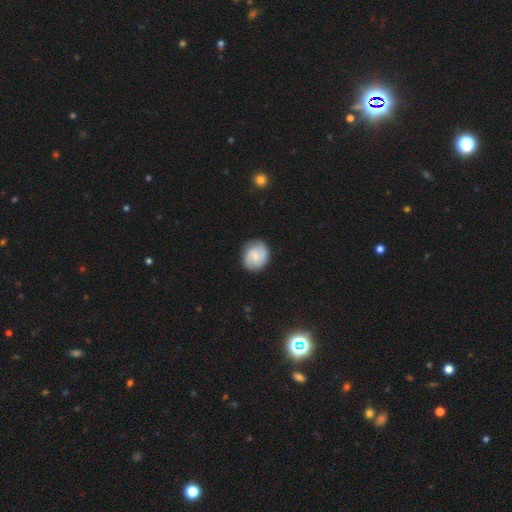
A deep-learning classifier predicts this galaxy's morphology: smooth-or-featured: featured or disk: 60% | smooth: 34% | star or artifact: 6%
  disk-edge-on: no: 98% | yes: 2%
    bar: weak: 53% | no: 37% | strong: 10%
    has-spiral-arms: yes: 93% | no: 7%
      spiral-winding: medium: 44% | tight: 36% | loose: 20%
      spiral-arm-count: 2: 80% | can't tell: 10% | 3: 4% | 1: 3% | 4: 2% | more than 4: 2%
    bulge-size: small: 50% | moderate: 23% | none: 23% | large: 3% | dominant: 1%
  merging: none: 84% | minor disturbance: 11% | major disturbance: 3% | merger: 1%